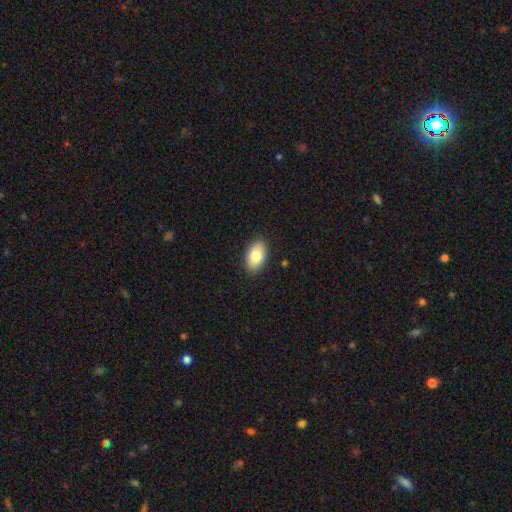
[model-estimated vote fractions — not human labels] A smooth galaxy with no disk features (81%) that is in between round and cigar-shaped (92%).

Vote fractions:
- Smooth or featured? smooth: 81% / featured or disk: 12% / star or artifact: 7%
- How rounded? in between: 92% / round: 6% / cigar-shaped: 2%
- Merging? none: 89% / minor disturbance: 8% / major disturbance: 2% / merger: 1%